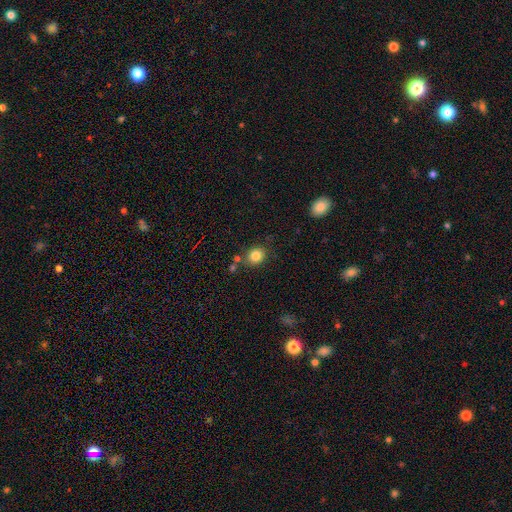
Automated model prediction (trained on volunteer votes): Overall: smooth (83%). How rounded: round (75%). Merging: none (77%).